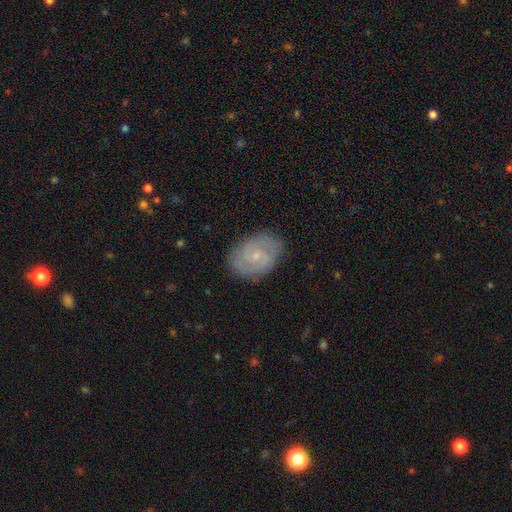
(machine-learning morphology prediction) featured or disk 76%, smooth 17%, star or artifact 6%. Down the decision tree: edge-on disk — no (97%); bar — no (62%); spiral arms — yes (93%); spiral arm count — 2 (65%); spiral winding — tight (55%); bulge size — small (77%); merging — none (82%).